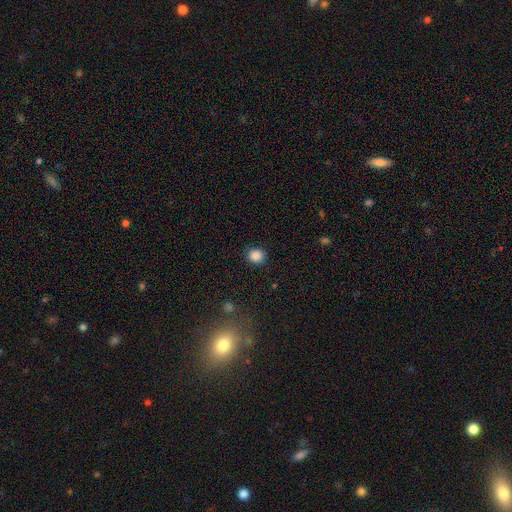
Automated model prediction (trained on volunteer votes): Smooth or featured?
  - smooth: 86% *
  - star or artifact: 10%
  - featured or disk: 3%
How rounded?
  - round: 85% *
  - in between: 14%
  - cigar-shaped: 1%
Merging?
  - none: 88% *
  - minor disturbance: 8%
  - major disturbance: 2%
  - merger: 1%